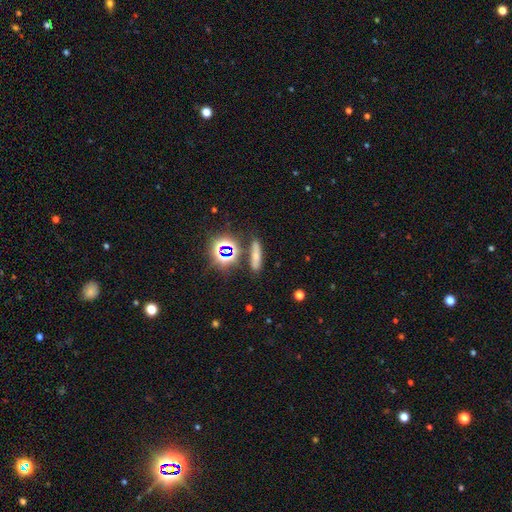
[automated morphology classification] Smooth or featured? Predicted: smooth (p=0.54). How rounded? Predicted: cigar-shaped (p=0.58). Merging? Predicted: none (p=0.76).